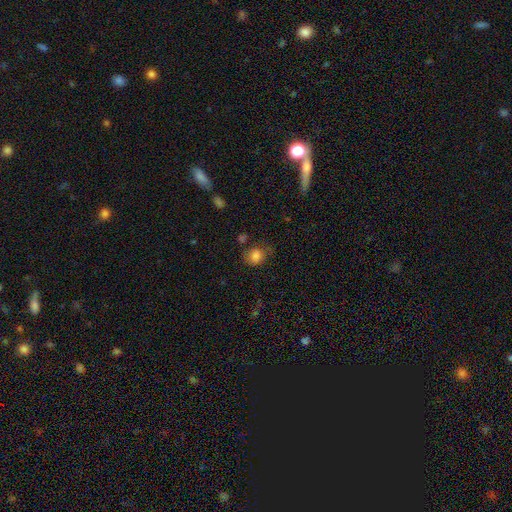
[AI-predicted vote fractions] The model was most divided on "how rounded": round: 68%, in between: 31%, cigar-shaped: 1%. More confident: smooth or featured — smooth (82%); merging — none (61%).